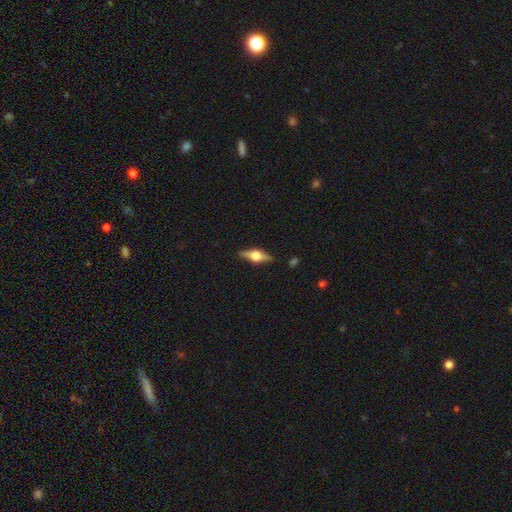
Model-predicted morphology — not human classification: Smooth or featured? Predicted: featured or disk (p=0.67). Edge-on disk? Predicted: yes (p=0.96). Edge-on bulge? Predicted: rounded (p=0.94). Merging? Predicted: none (p=0.86).